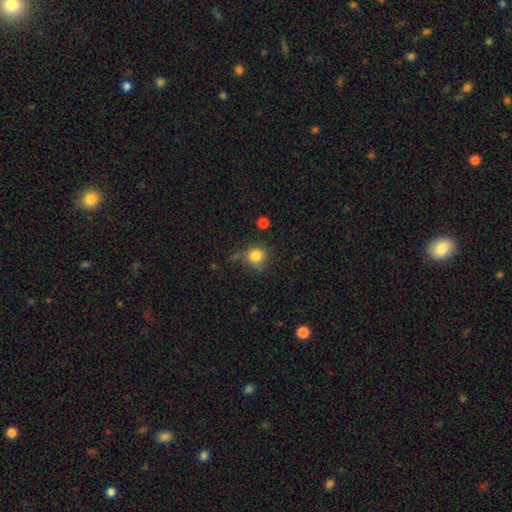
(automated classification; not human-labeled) Smooth or featured? smooth (82%)
How rounded? round (88%)
Merging? none (65%)